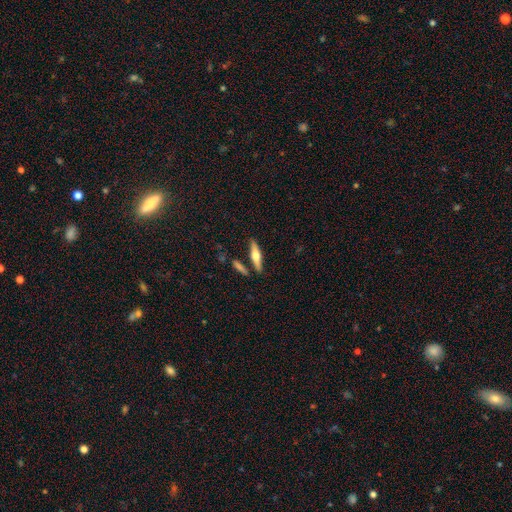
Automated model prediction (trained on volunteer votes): A featured or disk galaxy (54%) viewed edge-on (95%) with a rounded central bulge (93%).

Vote fractions:
- Smooth or featured? featured or disk: 54% / smooth: 40% / star or artifact: 6%
- Edge-on disk? yes: 95% / no: 5%
- Edge-on bulge? rounded: 93% / boxy: 4% / none: 3%
- Merging? none: 81% / minor disturbance: 9% / merger: 8% / major disturbance: 2%